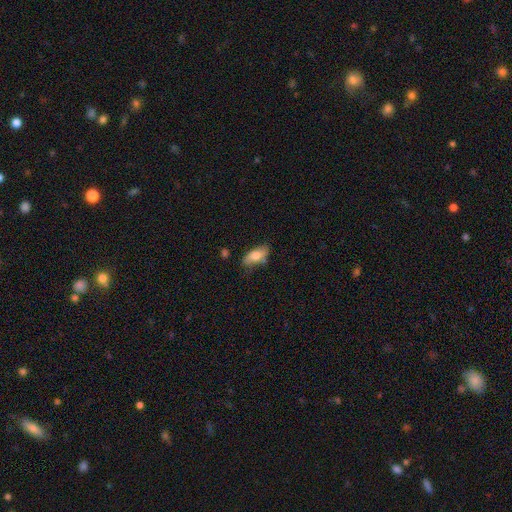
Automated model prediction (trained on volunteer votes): This appears to be a smooth galaxy with no disk features (72%) that is in between round and cigar-shaped (83%). Merging: none (64%).